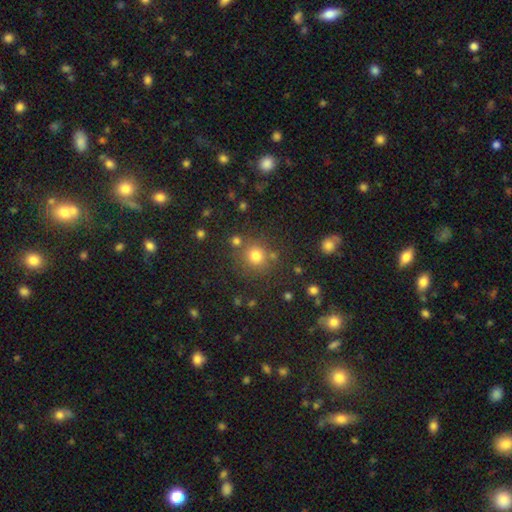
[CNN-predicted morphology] This is likely a smooth galaxy (77%). How rounded: clearly round (92%). Merging: likely none (79%).